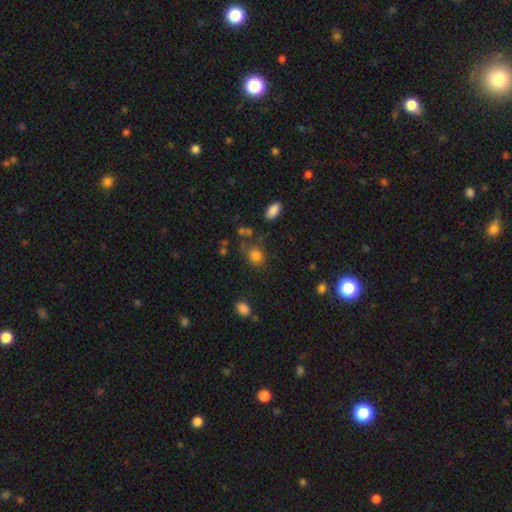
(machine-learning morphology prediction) Smooth or featured? smooth (79%)
How rounded? round (56%)
Merging? none (63%)